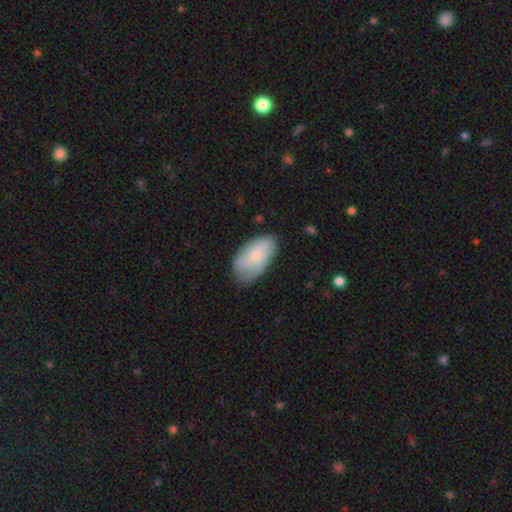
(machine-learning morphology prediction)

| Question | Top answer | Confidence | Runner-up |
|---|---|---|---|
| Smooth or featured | smooth | 57% | featured or disk (37%) |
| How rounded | in between | 93% | round (4%) |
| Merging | none | 70% | minor disturbance (23%) |